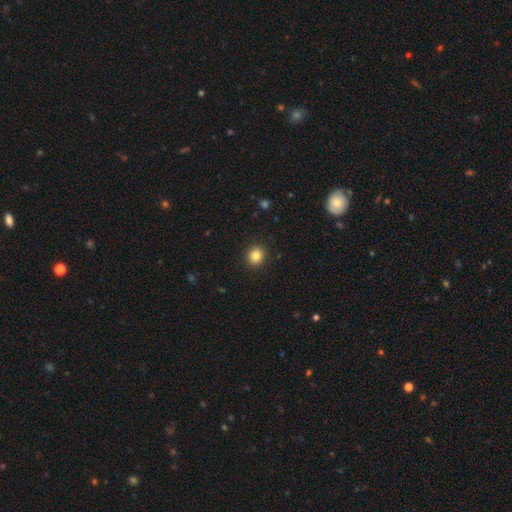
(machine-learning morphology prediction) Smooth or featured: smooth — 84% (star or artifact — 10%)
How rounded: round — 84% (in between — 15%)
Merging: none — 91% (minor disturbance — 6%)